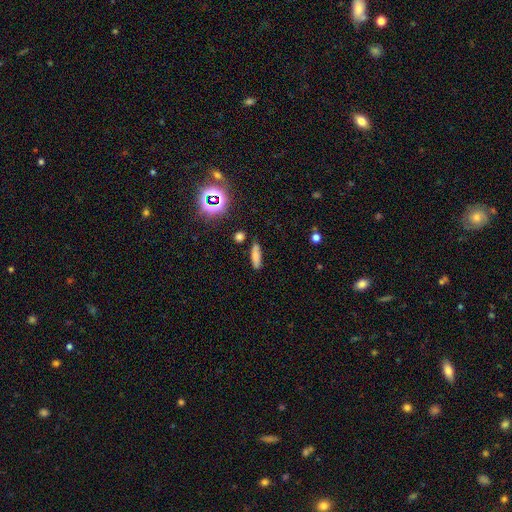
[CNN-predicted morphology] Q: Smooth or featured?
A: smooth (74%); runner-up: star or artifact (13%)
Q: How rounded?
A: cigar-shaped (60%); runner-up: in between (37%)
Q: Merging?
A: none (80%); runner-up: minor disturbance (12%)